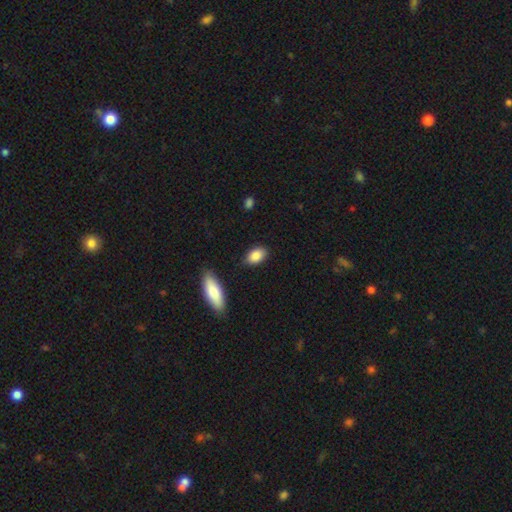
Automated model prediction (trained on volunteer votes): smooth 87%, star or artifact 7%, featured or disk 6%. Down the decision tree: how rounded — in between (90%); merging — none (84%).